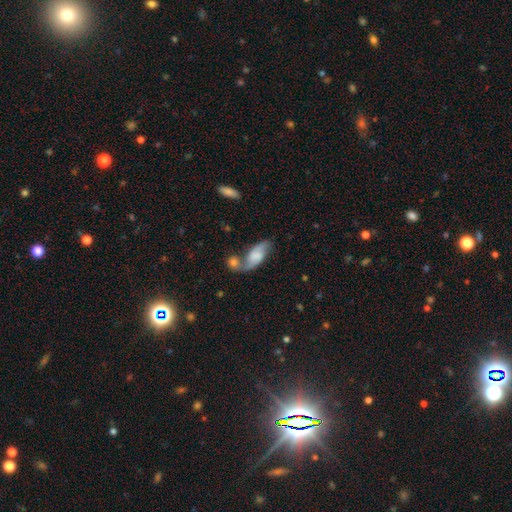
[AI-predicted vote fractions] A featured or disk galaxy (55%). Merging: merger (44%).